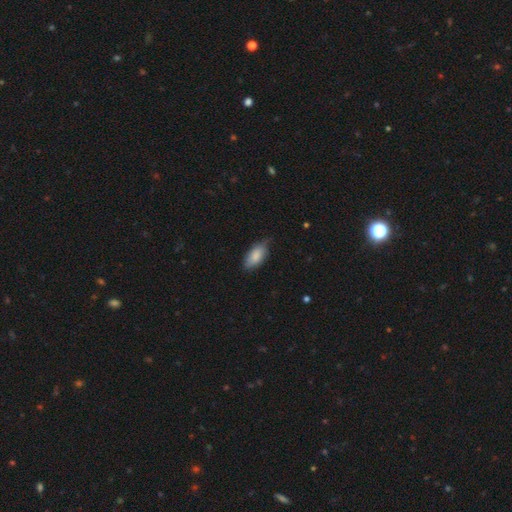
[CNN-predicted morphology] This is clearly a smooth galaxy (84%). How rounded: clearly in between (90%). Merging: likely none (61%).